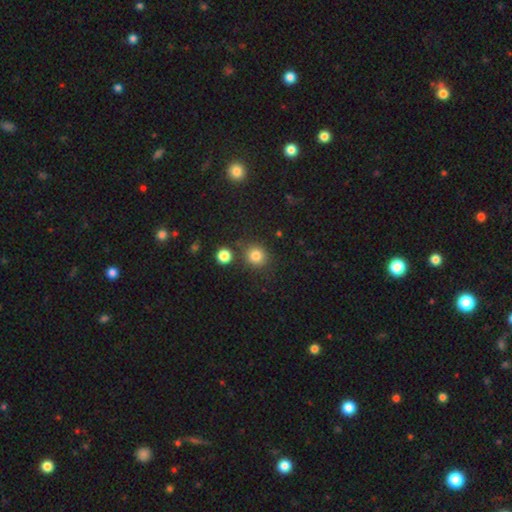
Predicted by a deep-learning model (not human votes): Smooth or featured? smooth (83%)
How rounded? round (87%)
Merging? none (80%)